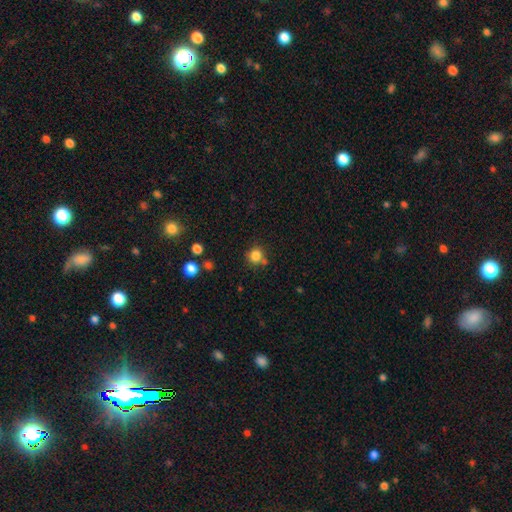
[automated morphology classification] A smooth galaxy with no disk features (82%) that is round (90%).

Vote fractions:
- Smooth or featured? smooth: 82% / star or artifact: 12% / featured or disk: 5%
- How rounded? round: 90% / in between: 9% / cigar-shaped: 1%
- Merging? none: 72% / merger: 13% / minor disturbance: 12% / major disturbance: 4%